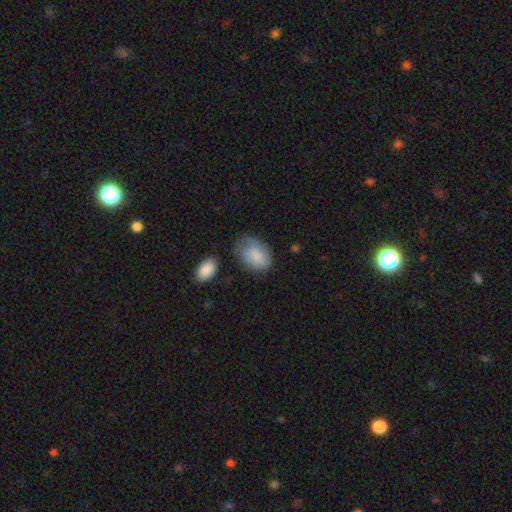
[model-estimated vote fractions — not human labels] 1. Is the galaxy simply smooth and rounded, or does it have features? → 81% smooth, 12% featured or disk, 7% star or artifact.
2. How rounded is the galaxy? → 83% in between, 16% round, 1% cigar-shaped.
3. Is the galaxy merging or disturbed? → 50% none, 34% minor disturbance, 12% major disturbance, 4% merger.